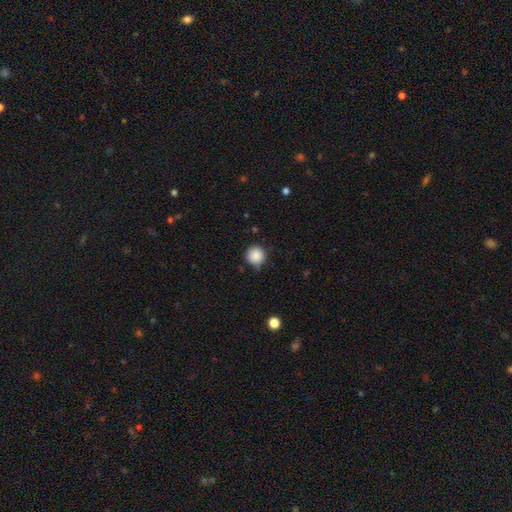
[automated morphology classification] A smooth galaxy with no disk features (87%) that is round (95%). Merging: none (82%).